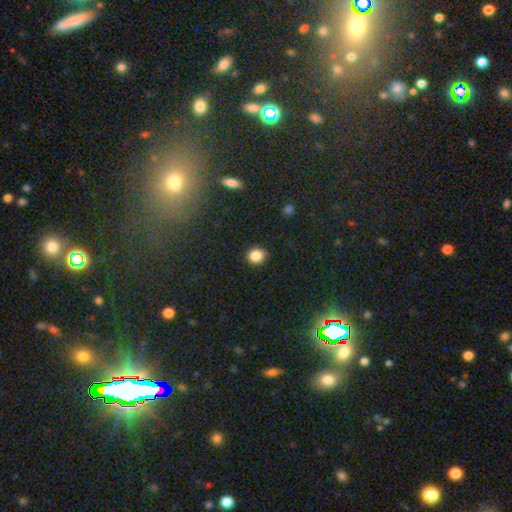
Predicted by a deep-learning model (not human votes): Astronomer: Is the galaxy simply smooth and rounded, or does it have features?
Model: smooth — 85%.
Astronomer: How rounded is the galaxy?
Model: round — 81%.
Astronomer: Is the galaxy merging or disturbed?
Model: none — 88%.